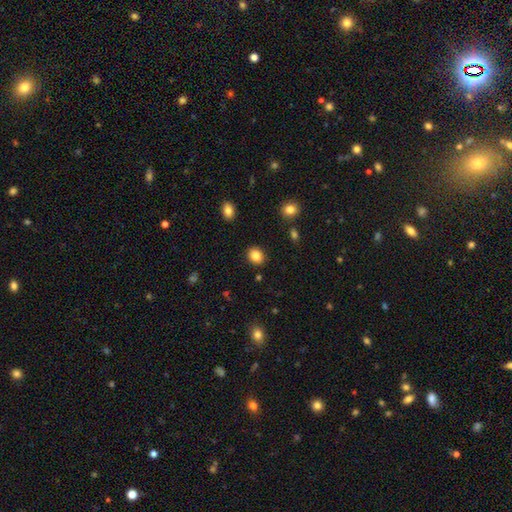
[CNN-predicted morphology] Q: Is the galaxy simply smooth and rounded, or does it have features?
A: smooth — 85%.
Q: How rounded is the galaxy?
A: round — 60%.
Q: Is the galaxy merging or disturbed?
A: none — 89%.